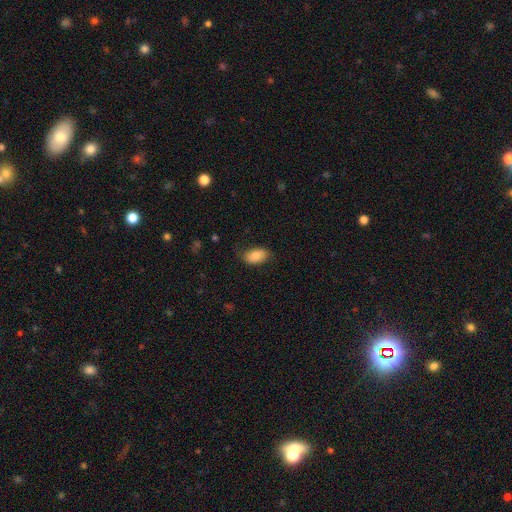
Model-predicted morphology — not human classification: smooth_or_featured: smooth (p=0.83) [alt: featured or disk p=0.10]
how_rounded: in between (p=0.93) [alt: round p=0.04]
merging: none (p=0.75) [alt: minor disturbance p=0.19]